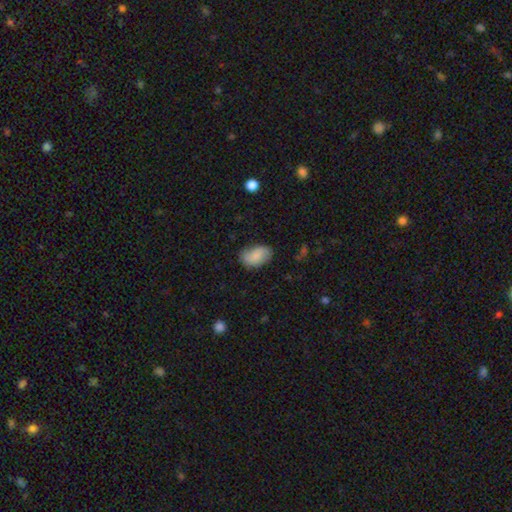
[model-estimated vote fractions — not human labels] This is likely a smooth galaxy (74%). How rounded: clearly in between (91%). Merging: likely none (72%).